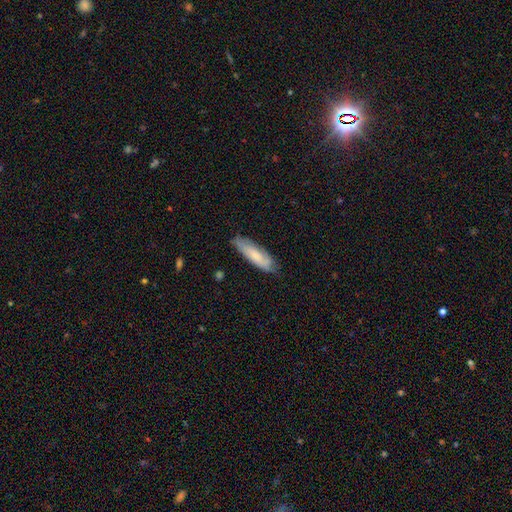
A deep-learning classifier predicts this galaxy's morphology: type=smooth (68%); roundness=cigar-shaped (56%); merging=none (71%).